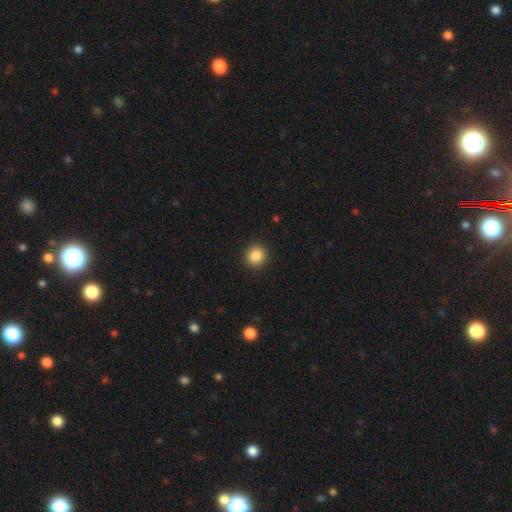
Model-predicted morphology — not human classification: A smooth galaxy with no disk features (87%) that is round (93%). Merging: none (92%).